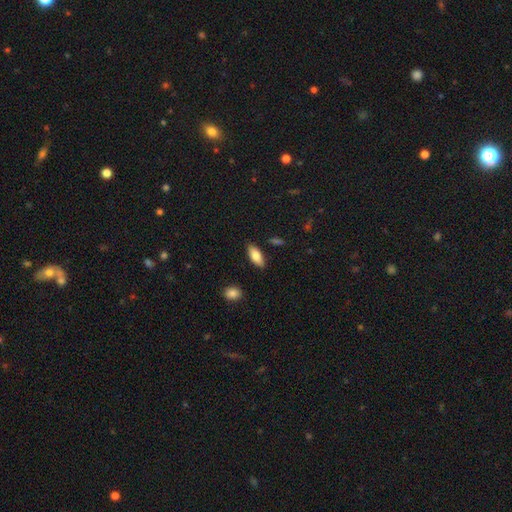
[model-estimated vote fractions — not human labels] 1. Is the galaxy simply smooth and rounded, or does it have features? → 82% smooth, 12% featured or disk, 6% star or artifact.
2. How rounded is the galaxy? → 83% in between, 15% cigar-shaped, 2% round.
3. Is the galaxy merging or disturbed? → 86% none, 10% minor disturbance, 2% major disturbance, 2% merger.